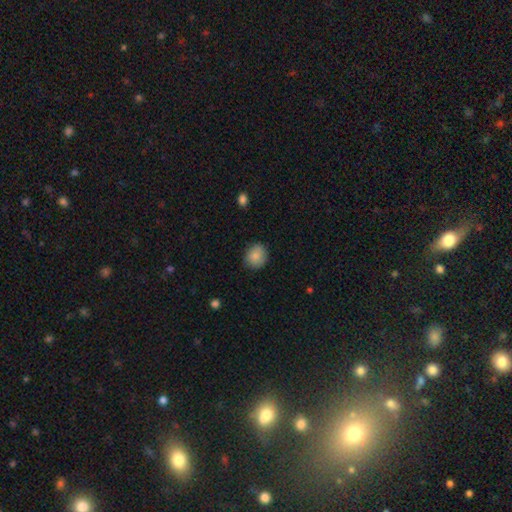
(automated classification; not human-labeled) Morphology: type=smooth (87%); roundness=round (78%); merging=none (83%).